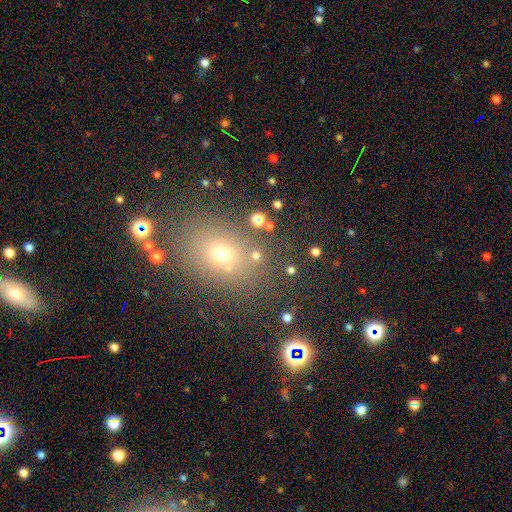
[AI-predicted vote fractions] A smooth galaxy with no disk features (63%) that is round (63%).

Vote fractions:
- Smooth or featured? smooth: 63% / star or artifact: 26% / featured or disk: 11%
- How rounded? round: 63% / in between: 35% / cigar-shaped: 2%
- Merging? none: 74% / merger: 11% / minor disturbance: 10% / major disturbance: 5%